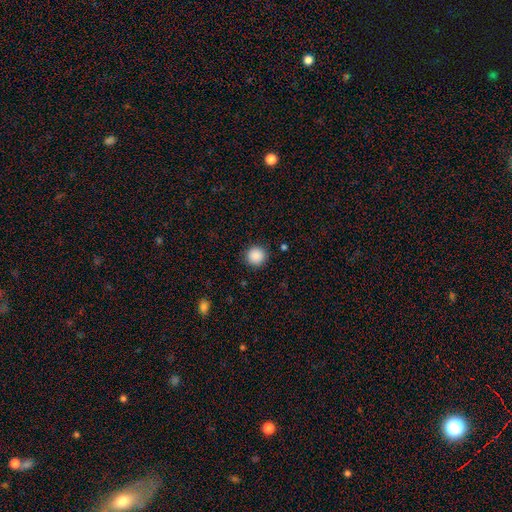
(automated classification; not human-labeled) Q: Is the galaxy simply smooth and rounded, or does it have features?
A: smooth — 88%.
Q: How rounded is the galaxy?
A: round — 94%.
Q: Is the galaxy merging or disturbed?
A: none — 91%.